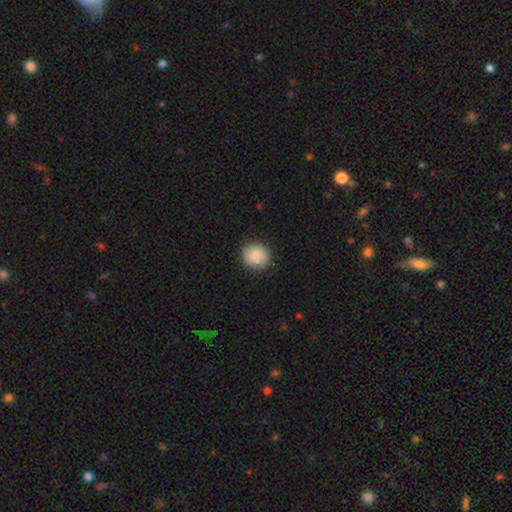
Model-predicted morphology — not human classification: Smooth or featured: smooth — 85% (featured or disk — 8%)
How rounded: round — 77% (in between — 22%)
Merging: none — 89% (minor disturbance — 8%)